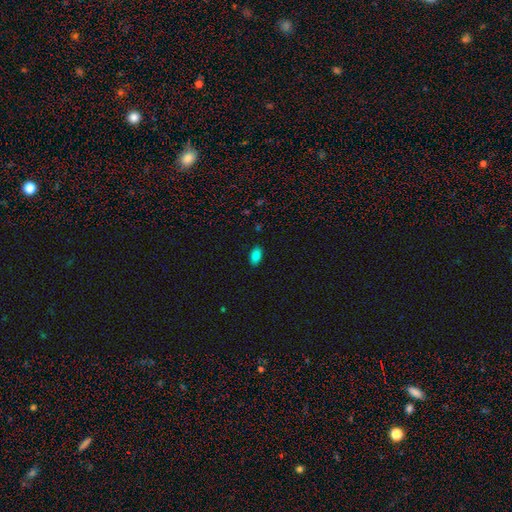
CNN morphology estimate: A smooth galaxy with no disk features (85%) that is in between round and cigar-shaped (93%).

Vote fractions:
- Smooth or featured? smooth: 85% / star or artifact: 10% / featured or disk: 5%
- How rounded? in between: 93% / round: 5% / cigar-shaped: 2%
- Merging? none: 88% / minor disturbance: 9% / major disturbance: 2% / merger: 1%